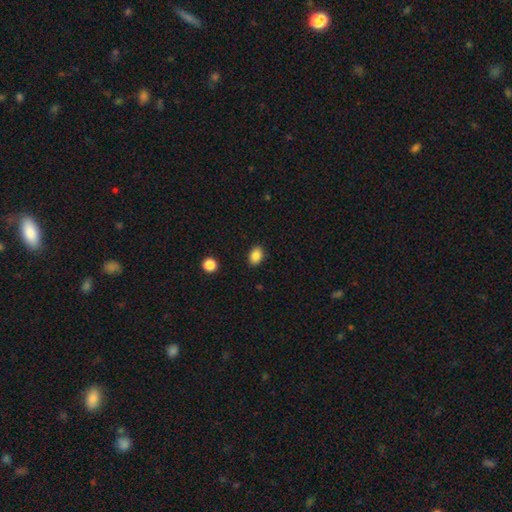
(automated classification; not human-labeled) smooth 87%, star or artifact 9%, featured or disk 4%. Down the decision tree: how rounded — in between (79%); merging — none (89%).